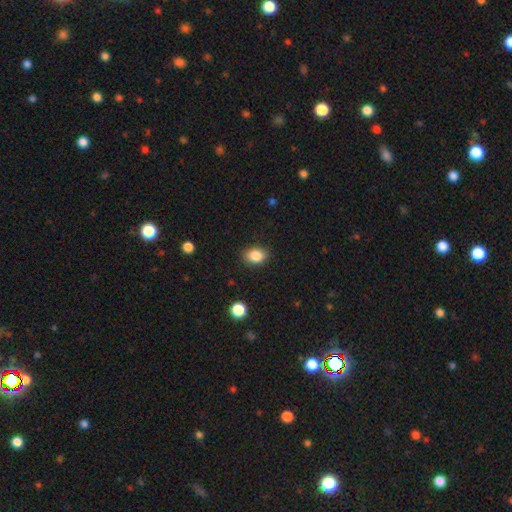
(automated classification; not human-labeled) Overall: smooth (86%). How rounded: in between (66%; round 33%). Merging: none (86%).